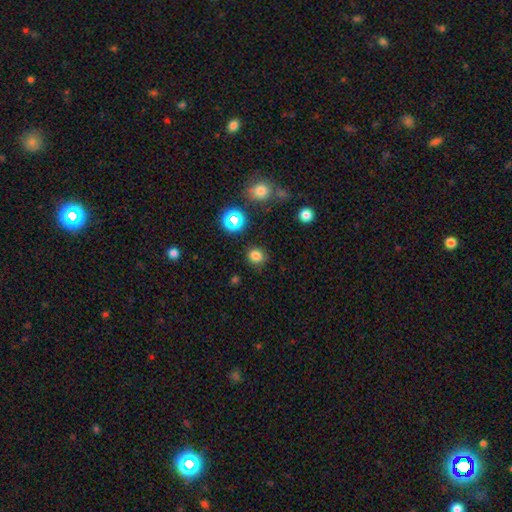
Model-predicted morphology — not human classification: smooth 79%, star or artifact 16%, featured or disk 5%. Down the decision tree: how rounded — round (83%); merging — none (87%).